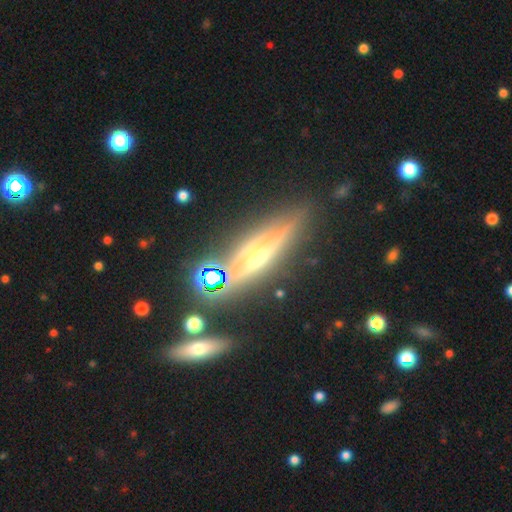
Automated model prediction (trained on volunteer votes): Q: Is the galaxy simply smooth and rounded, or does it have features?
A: featured or disk — 75%.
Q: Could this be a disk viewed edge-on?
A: yes — 94%.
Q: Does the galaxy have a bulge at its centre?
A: rounded — 84%.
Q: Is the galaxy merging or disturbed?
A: none — 84%.